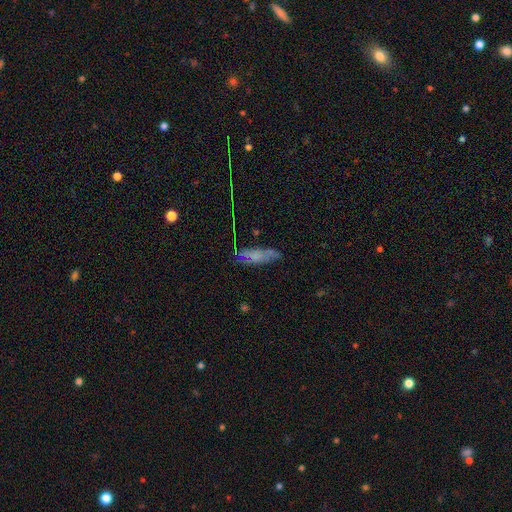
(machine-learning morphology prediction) The model was most divided on "how rounded": cigar-shaped: 57%, in between: 40%, round: 3%. More confident: merging — none (59%); smooth or featured — smooth (55%).